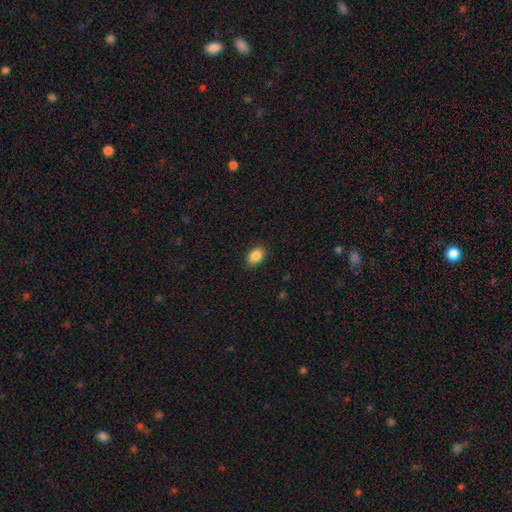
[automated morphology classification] A smooth galaxy with no disk features (88%) that is in between round and cigar-shaped (82%).

Vote fractions:
- Smooth or featured? smooth: 88% / star or artifact: 8% / featured or disk: 4%
- How rounded? in between: 82% / round: 16% / cigar-shaped: 1%
- Merging? none: 89% / minor disturbance: 8% / major disturbance: 2% / merger: 1%